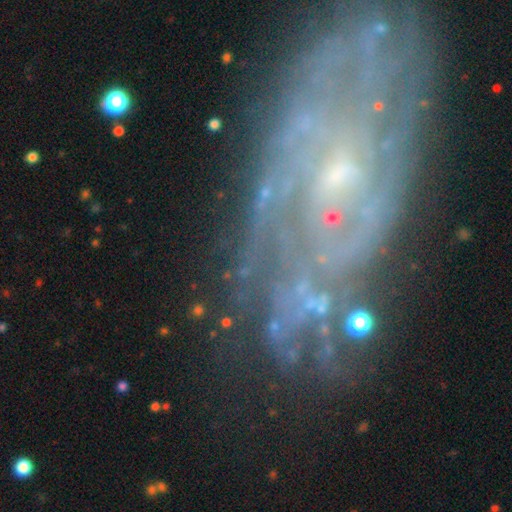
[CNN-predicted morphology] Overall: featured or disk (79%). Edge-on disk: no (94%). Bar: no (56%; weak 33%). Spiral arms: yes (86%). Spiral arm count: can't tell (41%; 2 25%). Spiral winding: tight (54%; medium 33%). Bulge size: small (66%). Merging: none (64%).